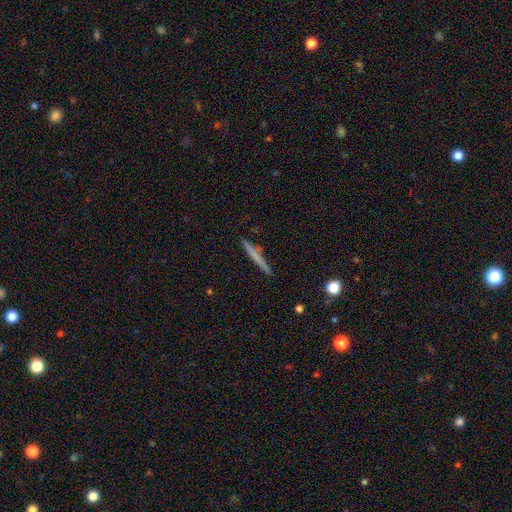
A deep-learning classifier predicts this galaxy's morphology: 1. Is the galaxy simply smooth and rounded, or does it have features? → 54% smooth, 40% featured or disk, 6% star or artifact.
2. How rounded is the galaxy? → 96% cigar-shaped, 2% in between, 2% round.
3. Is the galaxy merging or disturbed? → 89% none, 8% minor disturbance, 2% merger, 2% major disturbance.